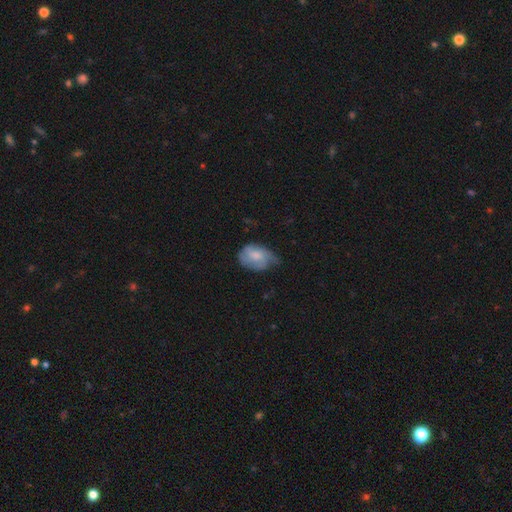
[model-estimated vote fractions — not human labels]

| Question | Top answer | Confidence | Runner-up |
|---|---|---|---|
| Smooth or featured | smooth | 63% | featured or disk (30%) |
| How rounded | in between | 76% | round (22%) |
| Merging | minor disturbance | 44% | none (37%) |